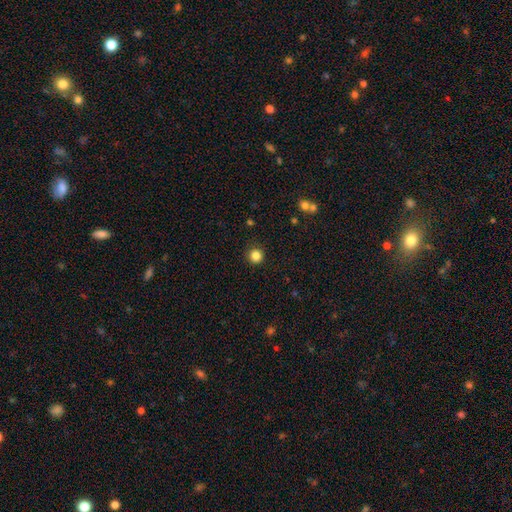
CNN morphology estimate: smooth-or-featured: smooth: 85% | star or artifact: 11% | featured or disk: 4%
  how-rounded: round: 94% | in between: 5% | cigar-shaped: 1%
  merging: none: 90% | minor disturbance: 7% | major disturbance: 2% | merger: 1%